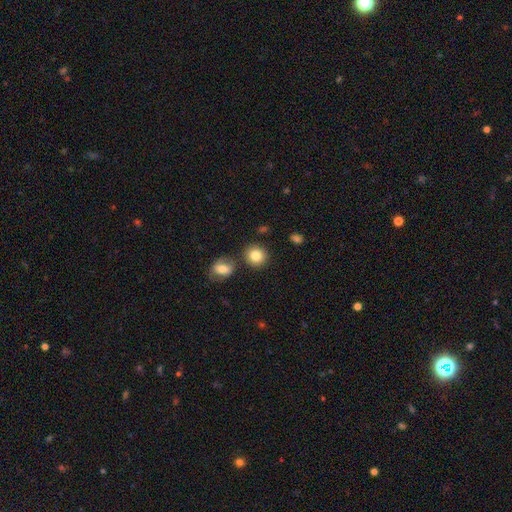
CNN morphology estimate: A smooth galaxy with no disk features (84%) that is round (88%). Merging: none (80%).